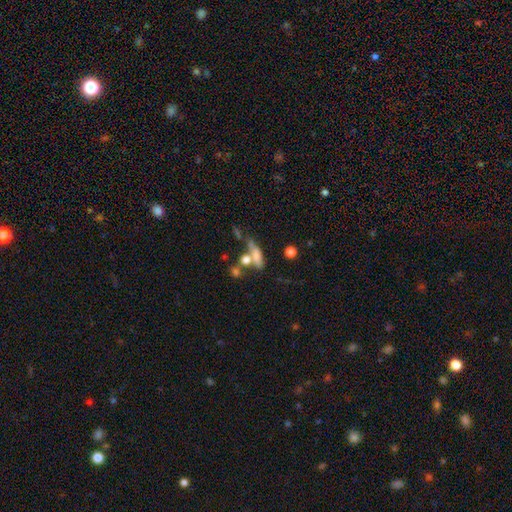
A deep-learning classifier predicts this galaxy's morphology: This is likely a smooth galaxy (64%). How rounded: possibly cigar-shaped (47%). Merging: marginally none (36%).